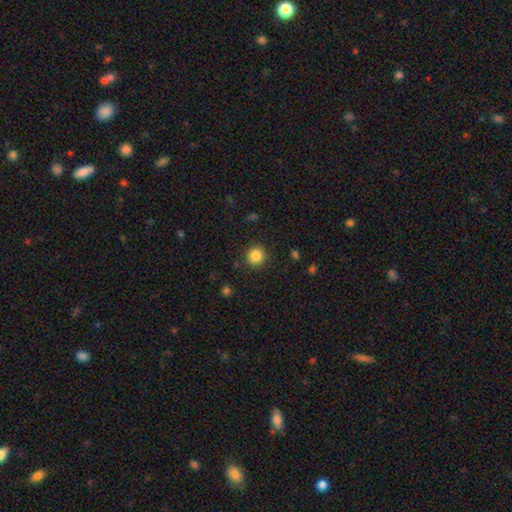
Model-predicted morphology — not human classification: type=smooth (85%); roundness=round (93%); merging=none (90%).